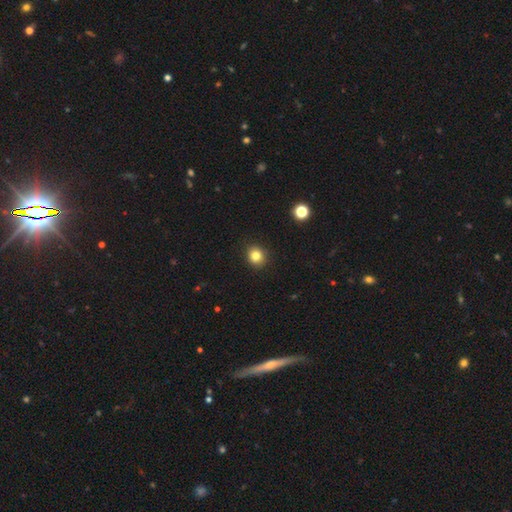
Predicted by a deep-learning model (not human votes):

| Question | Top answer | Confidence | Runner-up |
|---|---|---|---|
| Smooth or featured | smooth | 82% | star or artifact (12%) |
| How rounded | round | 79% | in between (20%) |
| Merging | none | 91% | minor disturbance (6%) |